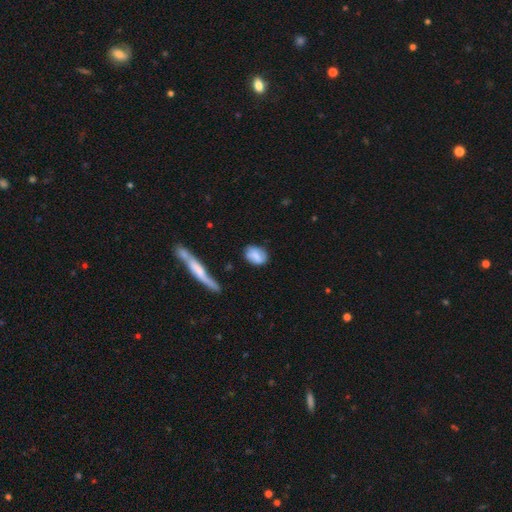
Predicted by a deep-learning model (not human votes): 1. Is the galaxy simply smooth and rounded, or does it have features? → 71% smooth, 22% featured or disk, 8% star or artifact.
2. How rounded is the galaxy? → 68% in between, 29% round, 3% cigar-shaped.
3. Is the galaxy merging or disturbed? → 72% none, 20% minor disturbance, 5% major disturbance, 3% merger.